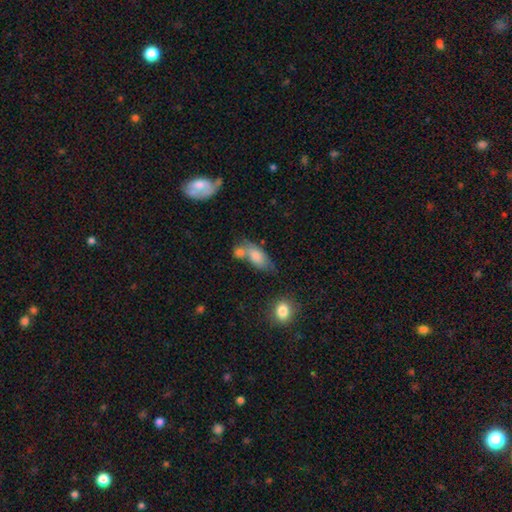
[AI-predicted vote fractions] Smooth or featured? smooth (77%)
How rounded? in between (87%)
Merging? none (38%)